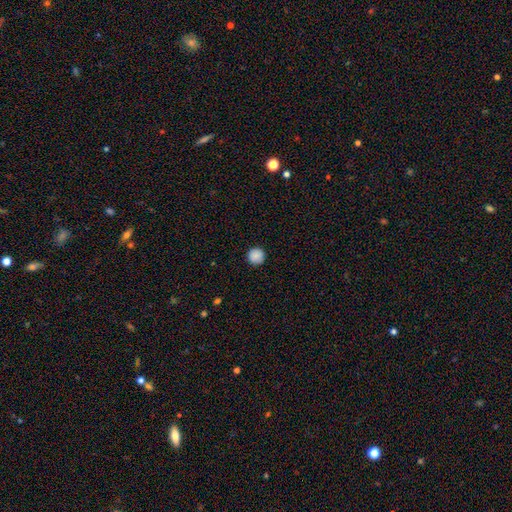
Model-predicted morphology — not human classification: type=smooth (88%); roundness=round (96%); merging=none (91%).